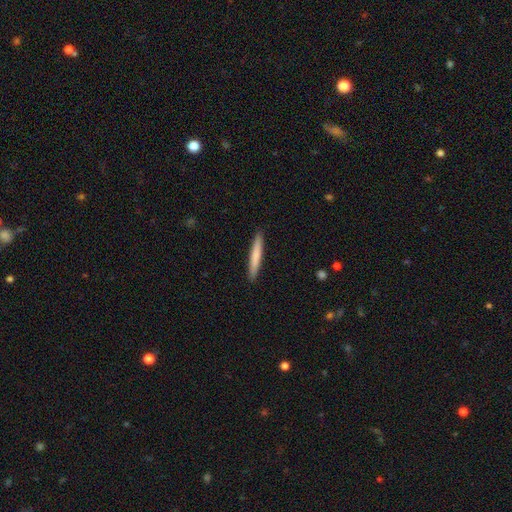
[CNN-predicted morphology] Smooth or featured? smooth (74%)
How rounded? cigar-shaped (96%)
Merging? none (92%)